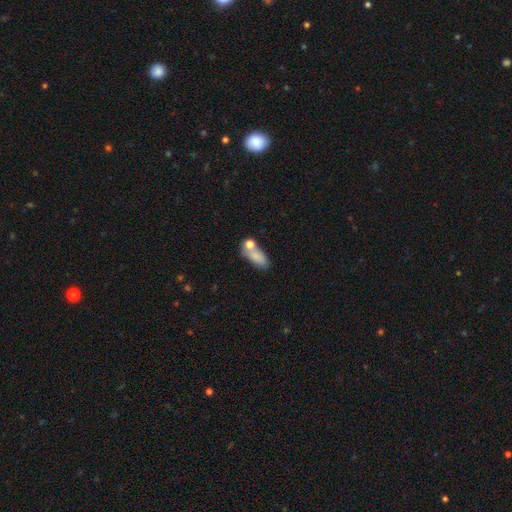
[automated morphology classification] Smooth or featured?
  - smooth: 77% *
  - featured or disk: 14%
  - star or artifact: 9%
How rounded?
  - in between: 79% *
  - cigar-shaped: 12%
  - round: 9%
Merging?
  - none: 41% *
  - merger: 35%
  - minor disturbance: 16%
  - major disturbance: 9%